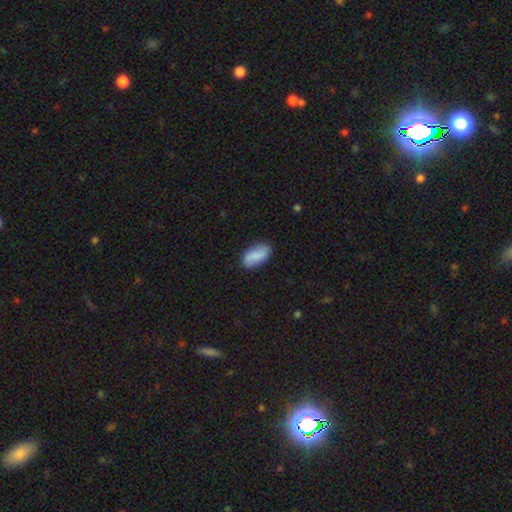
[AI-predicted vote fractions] smooth 85%, featured or disk 9%, star or artifact 6%. Down the decision tree: how rounded — in between (91%); merging — none (84%).